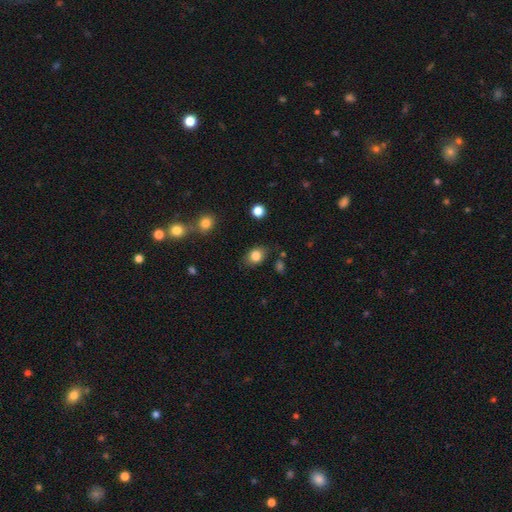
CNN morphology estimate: Smooth or featured? Predicted: smooth (p=0.83). How rounded? Predicted: in between (p=0.67). Merging? Predicted: none (p=0.79).